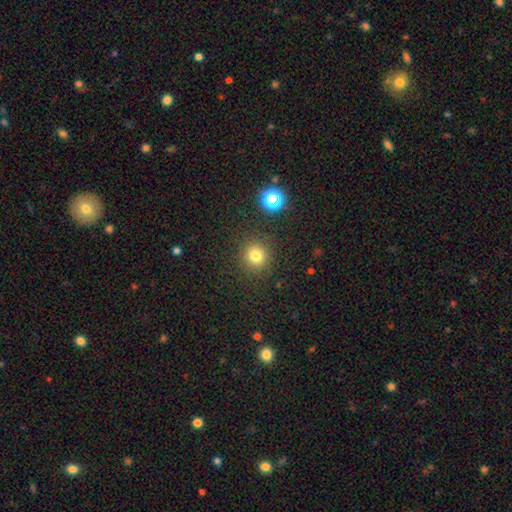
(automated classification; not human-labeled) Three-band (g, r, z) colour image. It shows a smooth galaxy with no disk features (77%) that is round (92%). Merging: none (89%).